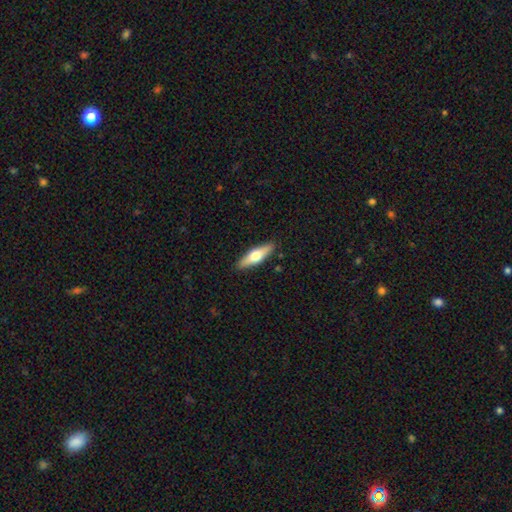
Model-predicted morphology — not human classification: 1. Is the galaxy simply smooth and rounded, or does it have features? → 51% smooth, 43% featured or disk, 5% star or artifact.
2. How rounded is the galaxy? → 55% cigar-shaped, 43% in between, 2% round.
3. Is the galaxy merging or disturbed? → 90% none, 8% minor disturbance, 2% major disturbance, 1% merger.